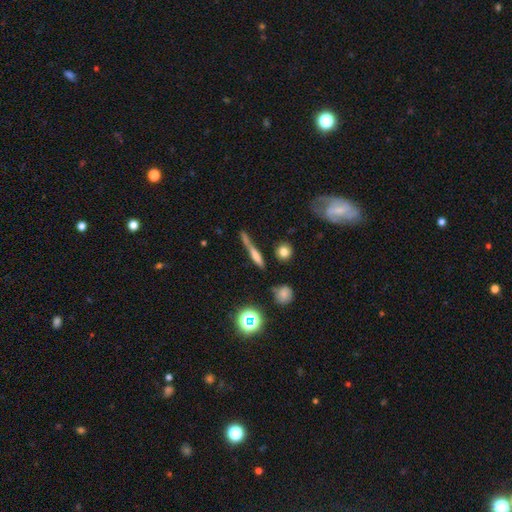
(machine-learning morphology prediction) A smooth galaxy with no disk features (51%) that is cigar-shaped (82%).

Vote fractions:
- Smooth or featured? smooth: 51% / featured or disk: 35% / star or artifact: 14%
- How rounded? cigar-shaped: 82% / in between: 11% / round: 7%
- Merging? none: 56% / minor disturbance: 20% / merger: 16% / major disturbance: 9%